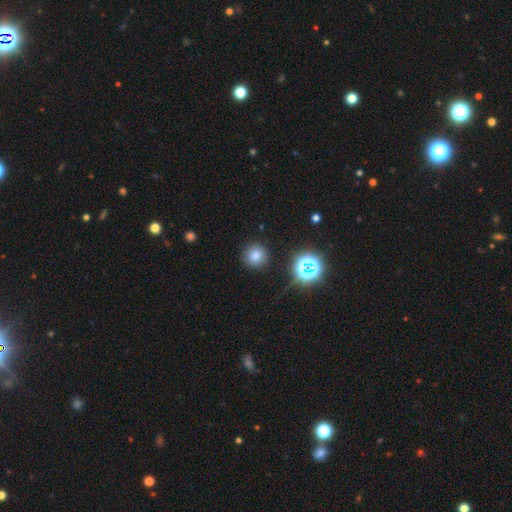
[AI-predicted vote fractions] This appears to be a smooth galaxy with no disk features (74%) that is round (92%). Merging: none (88%).